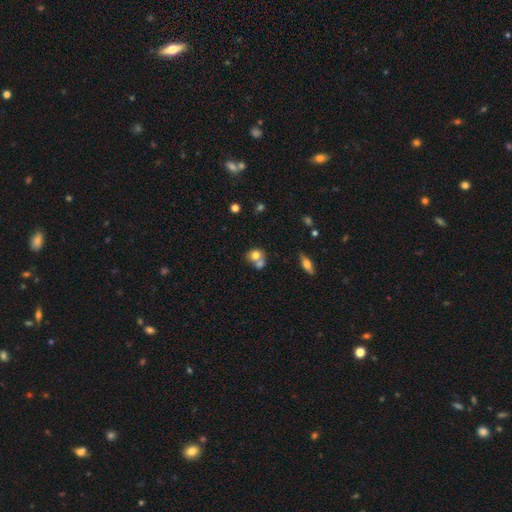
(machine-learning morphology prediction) This is likely a smooth galaxy (73%). How rounded: likely round (71%). Merging: possibly merger (53%).